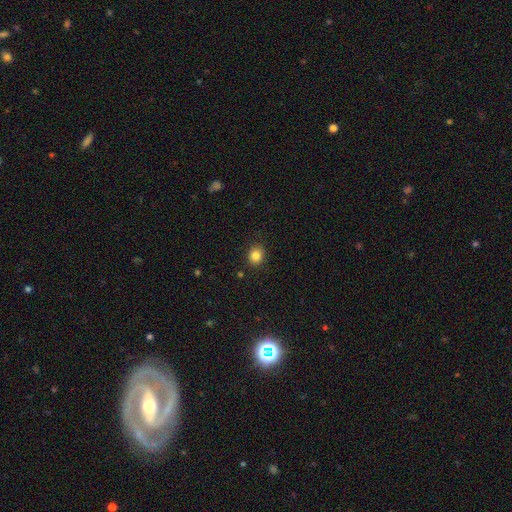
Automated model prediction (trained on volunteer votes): Smooth or featured? smooth (84%)
How rounded? round (74%)
Merging? none (88%)